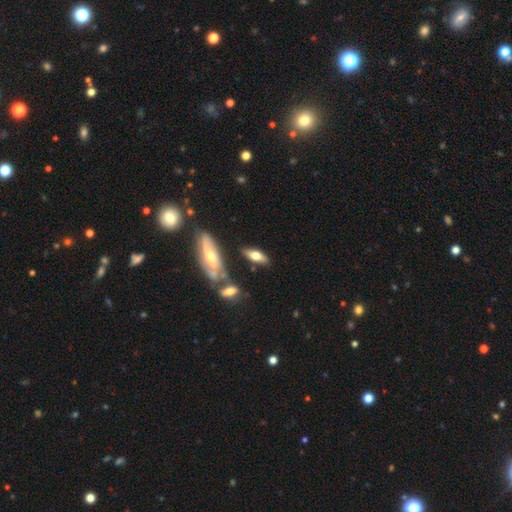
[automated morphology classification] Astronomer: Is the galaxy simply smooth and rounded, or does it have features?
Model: smooth — 54% (runner-up: featured or disk, 39%).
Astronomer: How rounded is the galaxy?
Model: in between — 66%.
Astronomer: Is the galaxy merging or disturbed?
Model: none — 69%.